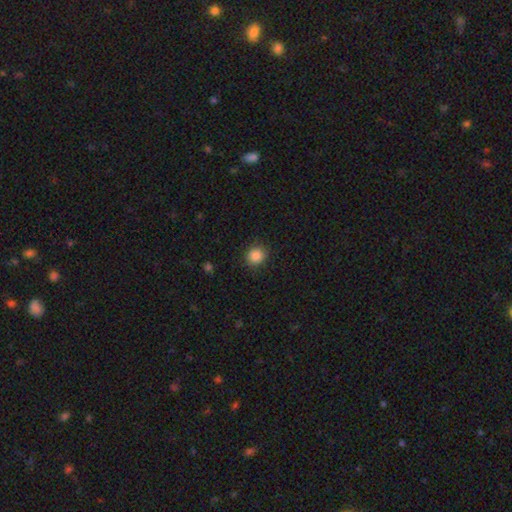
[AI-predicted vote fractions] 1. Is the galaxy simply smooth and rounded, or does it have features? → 87% smooth, 10% star or artifact, 3% featured or disk.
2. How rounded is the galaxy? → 87% round, 12% in between, 1% cigar-shaped.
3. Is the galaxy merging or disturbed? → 89% none, 8% minor disturbance, 2% major disturbance, 1% merger.